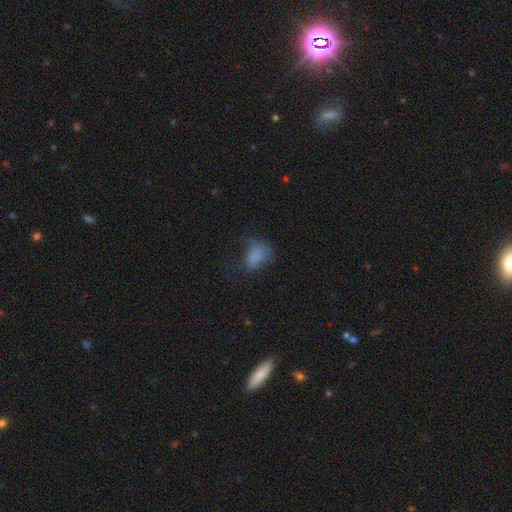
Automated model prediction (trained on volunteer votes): Smooth or featured? smooth (72%)
How rounded? in between (81%)
Merging? none (37%)